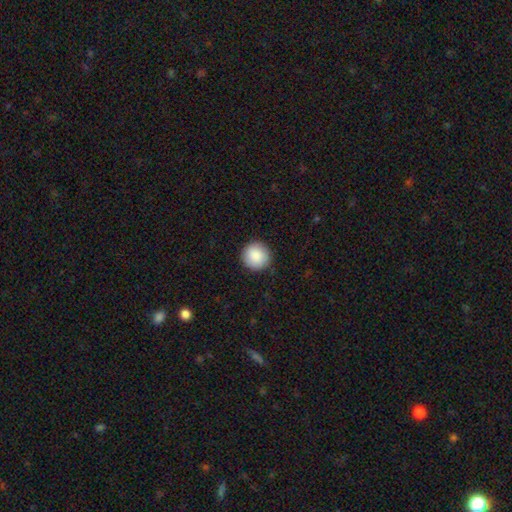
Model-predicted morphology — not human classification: The model was most divided on "smooth or featured": smooth: 89%, star or artifact: 7%, featured or disk: 4%. More confident: how rounded — round (95%); merging — none (91%).